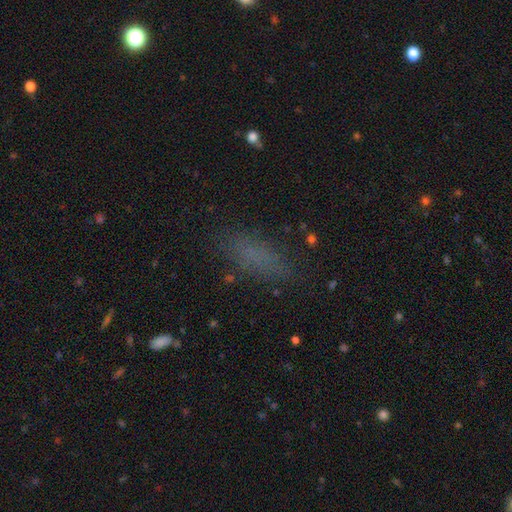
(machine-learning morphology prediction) Smooth or featured? Predicted: smooth (p=0.71). How rounded? Predicted: in between (p=0.62). Merging? Predicted: none (p=0.76).